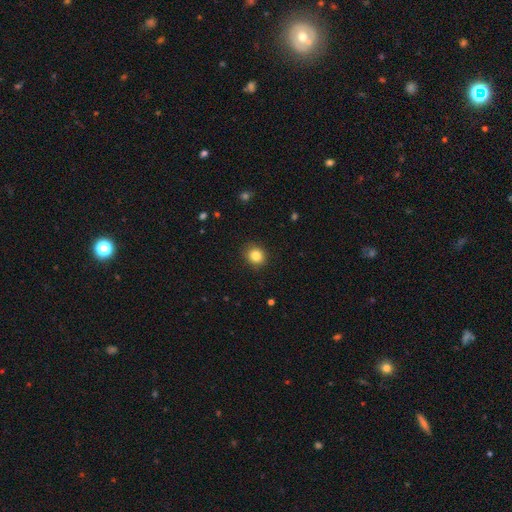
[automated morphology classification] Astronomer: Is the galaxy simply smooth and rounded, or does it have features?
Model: smooth — 84%.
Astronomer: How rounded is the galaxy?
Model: round — 81%.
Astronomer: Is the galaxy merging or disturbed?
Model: none — 90%.